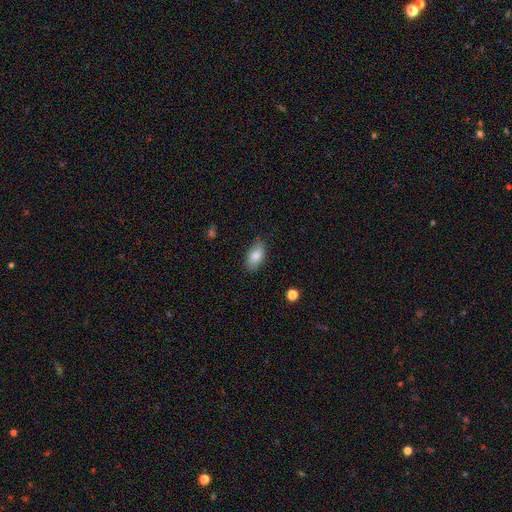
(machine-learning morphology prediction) Q: Smooth or featured?
A: smooth (83%); runner-up: featured or disk (10%)
Q: How rounded?
A: in between (91%); runner-up: round (4%)
Q: Merging?
A: none (81%); runner-up: minor disturbance (15%)